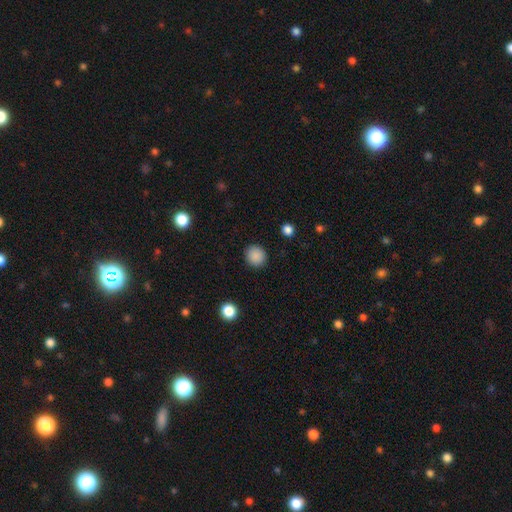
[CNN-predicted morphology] type=smooth (88%); roundness=round (92%); merging=none (91%).